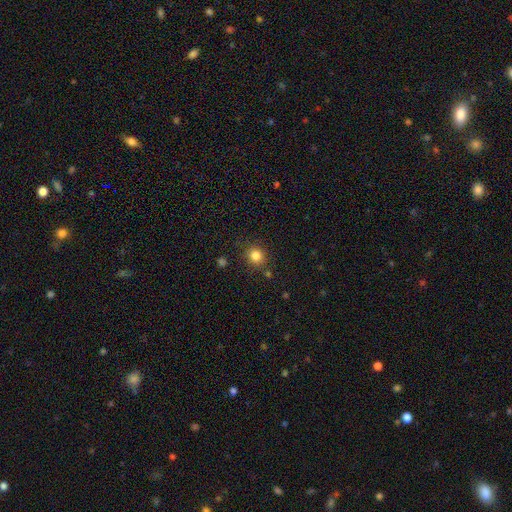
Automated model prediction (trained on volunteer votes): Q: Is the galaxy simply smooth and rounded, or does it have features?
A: smooth — 83%.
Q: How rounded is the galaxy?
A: round — 85%.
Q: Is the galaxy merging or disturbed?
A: none — 84%.